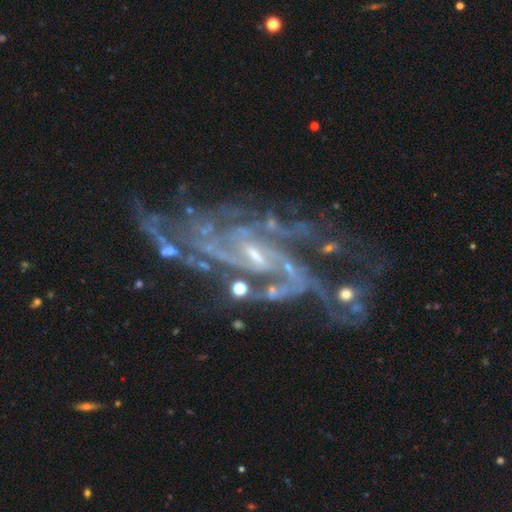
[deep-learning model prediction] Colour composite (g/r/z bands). It shows a featured or disk galaxy (90%) with a weak bar (44%), tight (44%, tied with medium) spiral arms (97%) and a small central bulge (74%). Merging: none (53%).